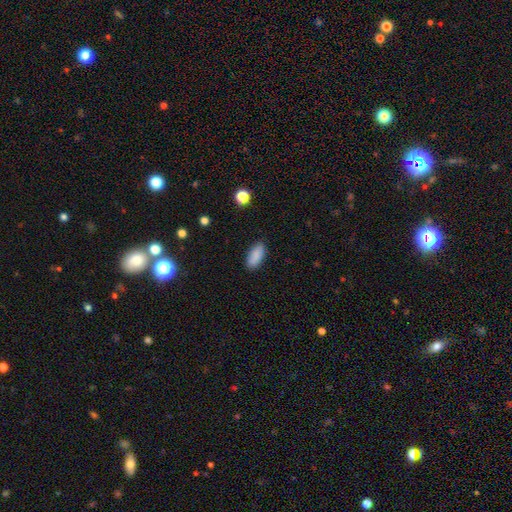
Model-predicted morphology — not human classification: Smooth or featured? smooth (89%)
How rounded? in between (86%)
Merging? none (88%)